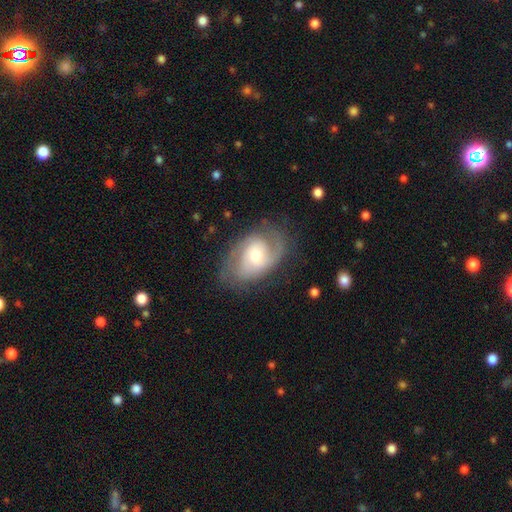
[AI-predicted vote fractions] smooth-or-featured: featured or disk: 76% | smooth: 18% | star or artifact: 6%
  disk-edge-on: no: 95% | yes: 5%
    bar: no: 59% | weak: 34% | strong: 7%
    has-spiral-arms: yes: 90% | no: 10%
      spiral-winding: medium: 42% | tight: 40% | loose: 18%
      spiral-arm-count: 2: 58% | can't tell: 18% | 1: 14% | 3: 6% | 4: 2% | more than 4: 2%
    bulge-size: moderate: 64% | small: 27% | large: 7% | dominant: 1% | none: 1%
  merging: none: 68% | minor disturbance: 20% | major disturbance: 10% | merger: 1%